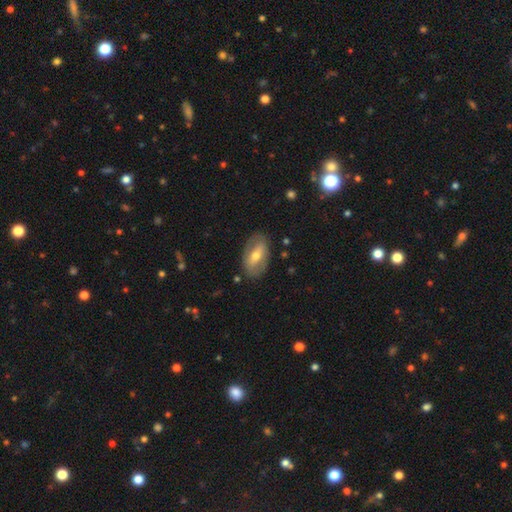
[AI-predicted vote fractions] Q: Smooth or featured?
A: featured or disk (53%); runner-up: smooth (41%)
Q: Edge-on disk?
A: no (87%); runner-up: yes (13%)
Q: Merging?
A: none (81%); runner-up: minor disturbance (13%)